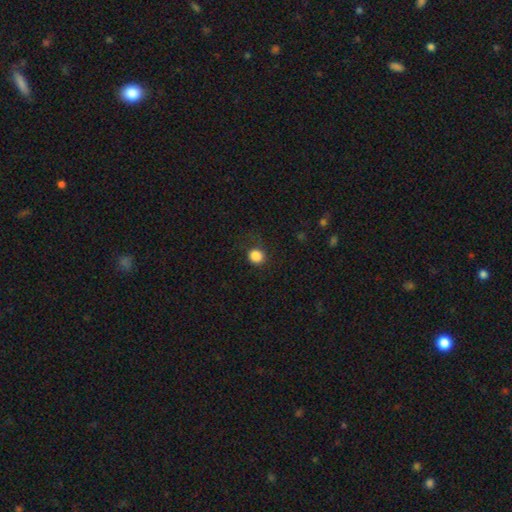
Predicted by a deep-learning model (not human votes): smooth-or-featured: smooth: 86% | star or artifact: 11% | featured or disk: 4%
  how-rounded: round: 86% | in between: 14% | cigar-shaped: 1%
  merging: none: 79% | minor disturbance: 14% | major disturbance: 6% | merger: 1%